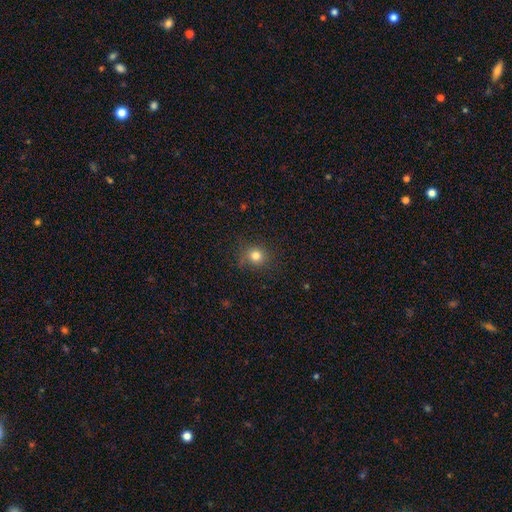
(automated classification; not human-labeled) Smooth or featured? Predicted: smooth (p=0.79). How rounded? Predicted: round (p=0.88). Merging? Predicted: none (p=0.83).